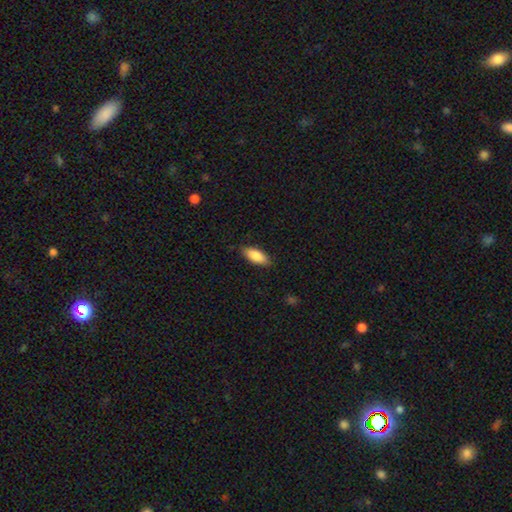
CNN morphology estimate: The model was most divided on "how rounded": in between: 81%, cigar-shaped: 17%, round: 2%. More confident: smooth or featured — smooth (87%); merging — none (85%).